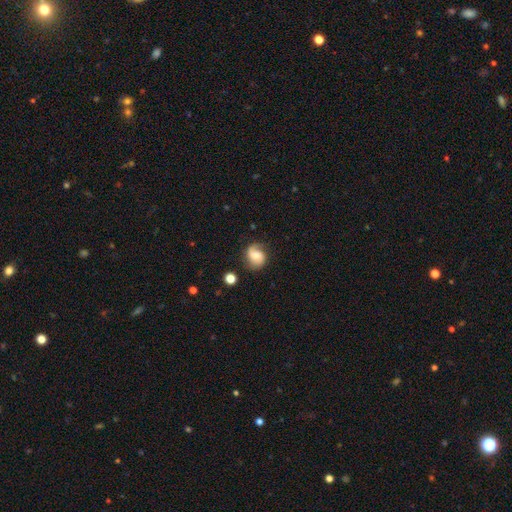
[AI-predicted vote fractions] This appears to be a featured or disk galaxy (58%) with no bar (47%), 2 (79%) medium (42%) spiral arms (92%) and a moderate central bulge (48%). Merging: none (73%).